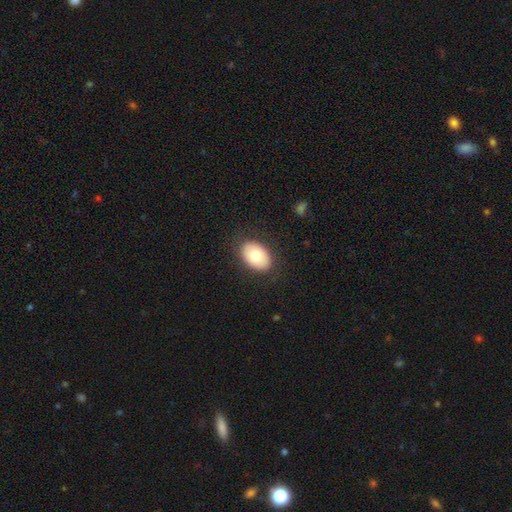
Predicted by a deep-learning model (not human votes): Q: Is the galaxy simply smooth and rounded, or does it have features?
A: smooth — 78%.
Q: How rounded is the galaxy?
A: in between — 86%.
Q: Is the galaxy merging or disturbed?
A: none — 86%.